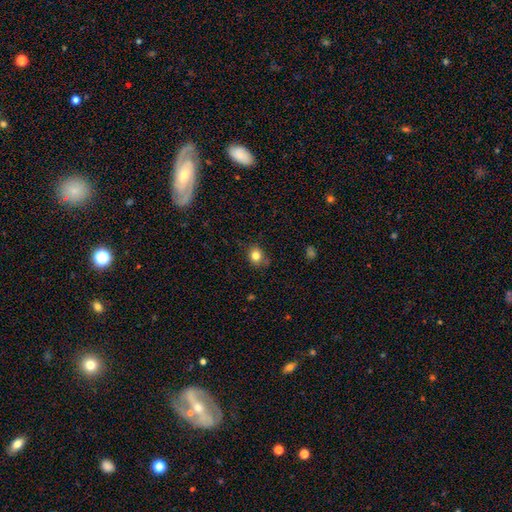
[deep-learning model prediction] This is clearly a smooth galaxy (82%). How rounded: likely round (68%). Merging: likely none (76%).